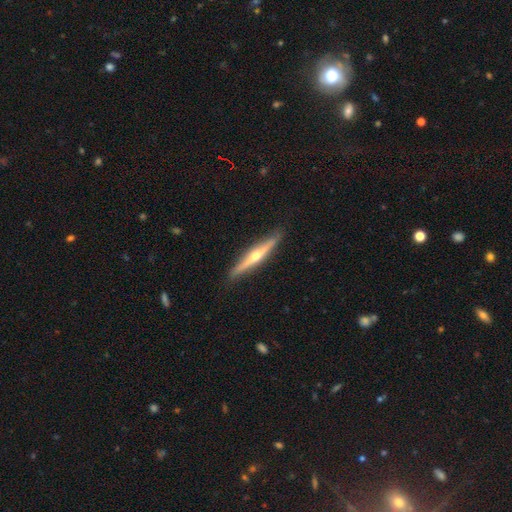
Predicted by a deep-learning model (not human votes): A featured or disk galaxy (72%) viewed edge-on (97%) with a rounded central bulge (90%).

Vote fractions:
- Smooth or featured? featured or disk: 72% / smooth: 23% / star or artifact: 5%
- Edge-on disk? yes: 97% / no: 3%
- Edge-on bulge? rounded: 90% / none: 7% / boxy: 3%
- Merging? none: 90% / minor disturbance: 8% / major disturbance: 2% / merger: 1%